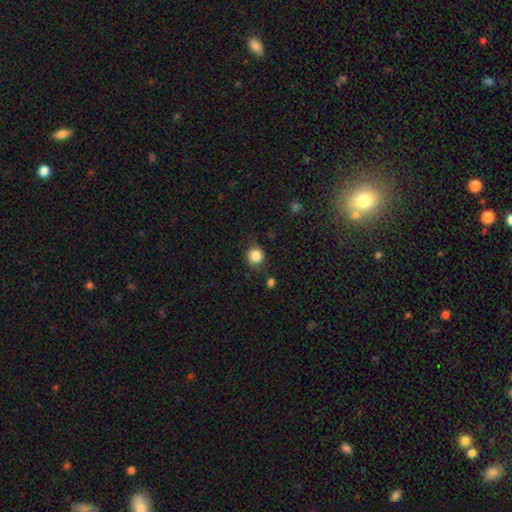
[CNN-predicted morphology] smooth 84%, star or artifact 10%, featured or disk 6%. Down the decision tree: how rounded — round (87%); merging — none (77%).